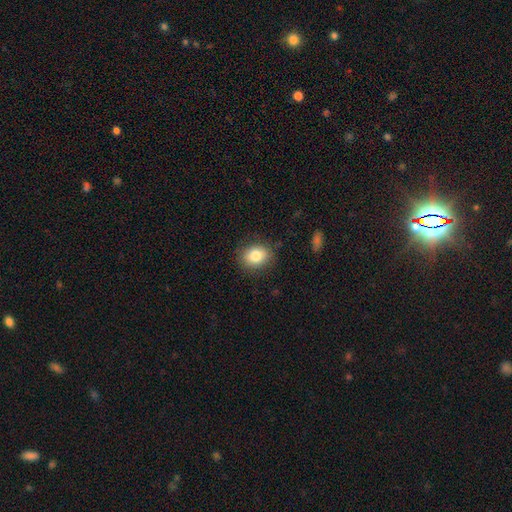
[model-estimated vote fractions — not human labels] Q: Smooth or featured?
A: smooth (83%); runner-up: star or artifact (9%)
Q: How rounded?
A: in between (50%); runner-up: round (49%)
Q: Merging?
A: none (85%); runner-up: minor disturbance (11%)